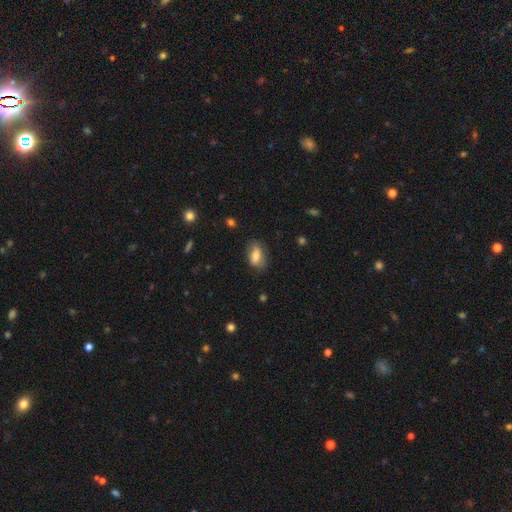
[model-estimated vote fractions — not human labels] A smooth galaxy with no disk features (76%) that is in between round and cigar-shaped (87%).

Vote fractions:
- Smooth or featured? smooth: 76% / featured or disk: 16% / star or artifact: 8%
- How rounded? in between: 87% / cigar-shaped: 7% / round: 6%
- Merging? none: 73% / minor disturbance: 20% / major disturbance: 5% / merger: 1%